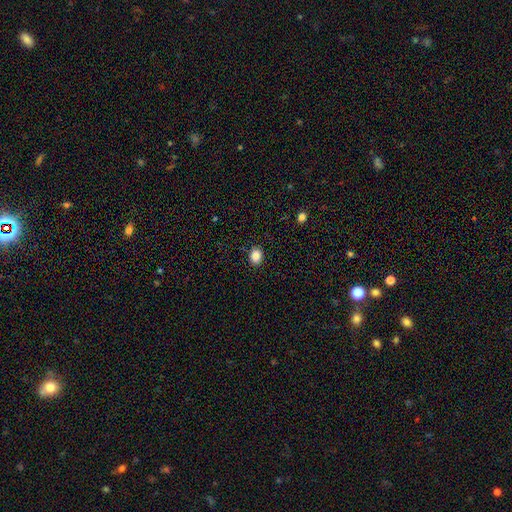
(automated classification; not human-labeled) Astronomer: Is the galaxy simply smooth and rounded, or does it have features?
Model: smooth — 86%.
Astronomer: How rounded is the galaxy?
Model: in between — 56% (runner-up: round, 43%).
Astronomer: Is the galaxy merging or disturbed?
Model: none — 88%.